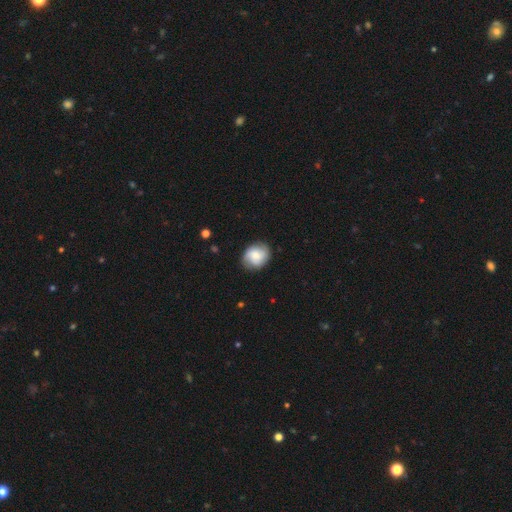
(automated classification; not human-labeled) smooth_or_featured: smooth (p=0.50) [alt: featured or disk p=0.42]
how_rounded: round (p=0.65) [alt: in between p=0.34]
merging: none (p=0.81) [alt: minor disturbance p=0.14]